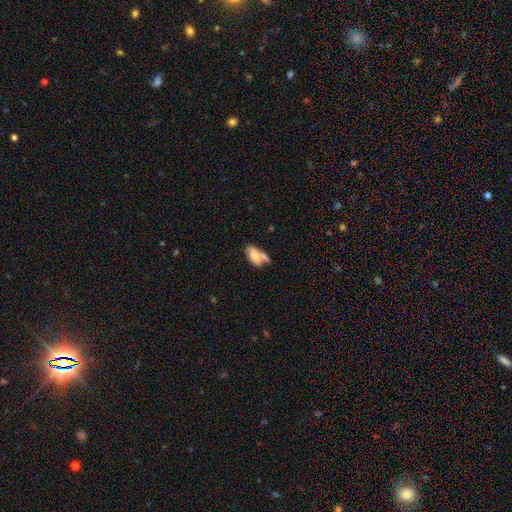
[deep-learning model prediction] Smooth or featured?
  - smooth: 71% *
  - featured or disk: 20%
  - star or artifact: 9%
How rounded?
  - in between: 88% *
  - cigar-shaped: 7%
  - round: 5%
Merging?
  - merger: 42% *
  - none: 31%
  - minor disturbance: 17%
  - major disturbance: 10%